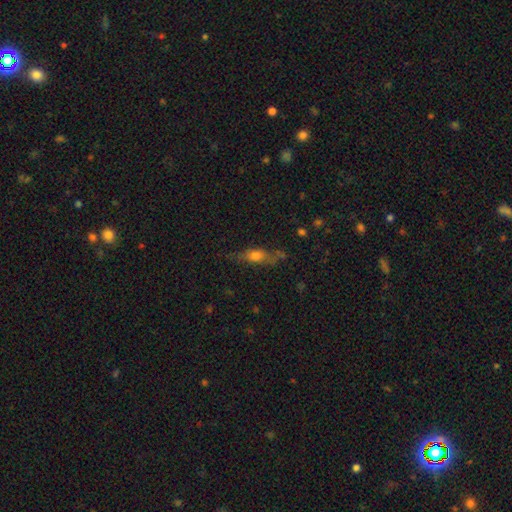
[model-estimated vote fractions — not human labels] This is possibly a smooth galaxy (58%). How rounded: possibly in between (51%). Merging: possibly none (59%).